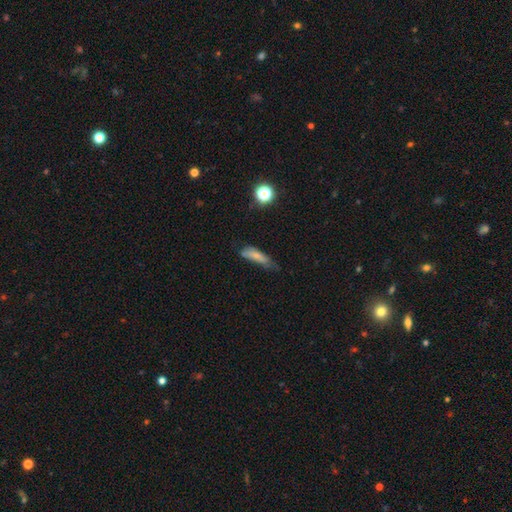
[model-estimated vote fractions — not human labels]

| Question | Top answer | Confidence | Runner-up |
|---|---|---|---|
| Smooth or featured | smooth | 67% | featured or disk (22%) |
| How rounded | cigar-shaped | 49% | in between (48%) |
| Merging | minor disturbance | 38% | none (36%) |